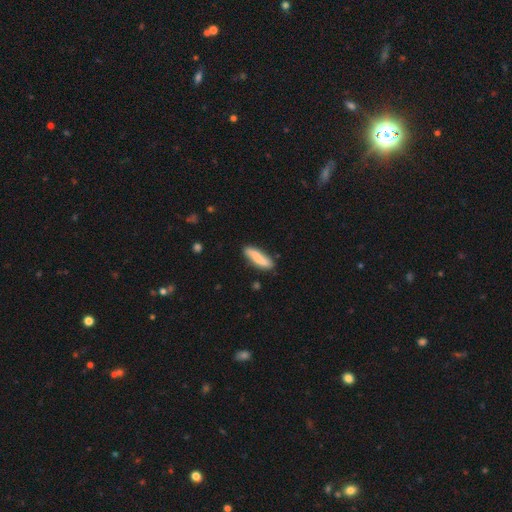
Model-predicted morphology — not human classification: A smooth galaxy with no disk features (69%) that is cigar-shaped (67%).

Vote fractions:
- Smooth or featured? smooth: 69% / featured or disk: 25% / star or artifact: 6%
- How rounded? cigar-shaped: 67% / in between: 31% / round: 2%
- Merging? none: 76% / minor disturbance: 18% / major disturbance: 3% / merger: 3%